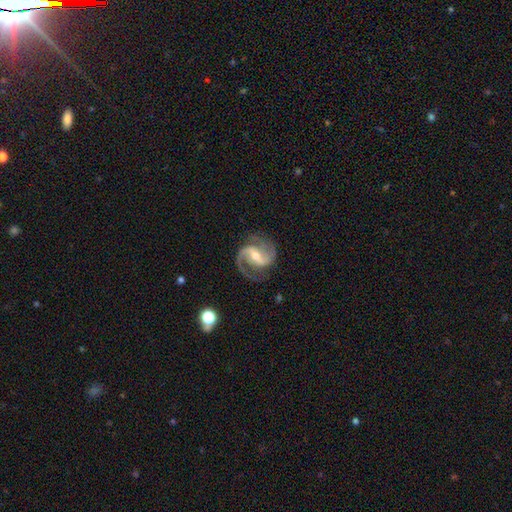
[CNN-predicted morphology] Smooth or featured? Predicted: featured or disk (p=0.92). Edge-on disk? Predicted: no (p=0.98). Bar? Predicted: strong (p=0.46). Spiral arms? Predicted: yes (p=0.98). Spiral winding? Predicted: medium (p=0.59). Spiral arm count? Predicted: 2 (p=0.86). Bulge size? Predicted: moderate (p=0.53). Merging? Predicted: none (p=0.76).